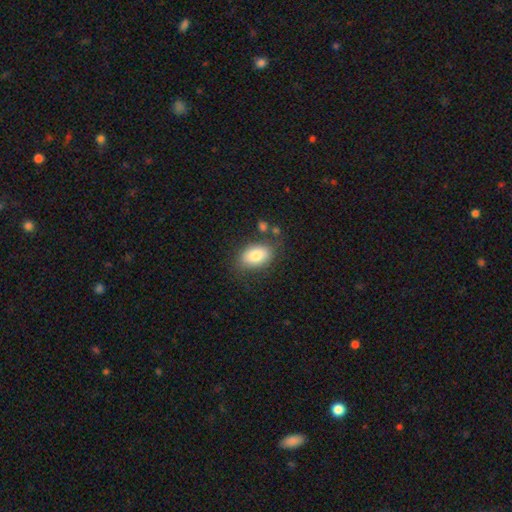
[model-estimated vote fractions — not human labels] The model was most divided on "merging": none: 73%, minor disturbance: 16%, major disturbance: 6%, merger: 5%. More confident: how rounded — in between (89%); smooth or featured — smooth (81%).